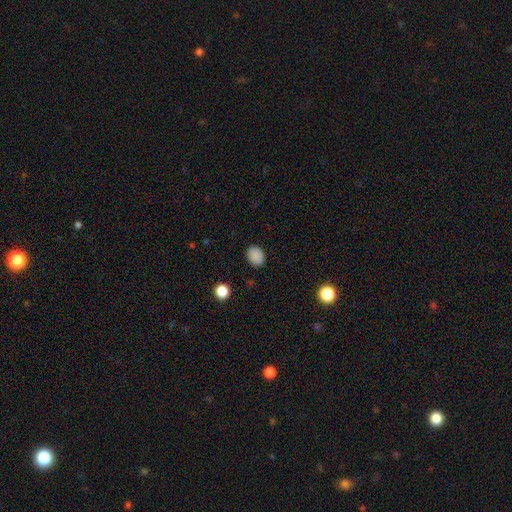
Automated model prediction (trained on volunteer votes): Smooth or featured? Predicted: smooth (p=0.87). How rounded? Predicted: in between (p=0.59). Merging? Predicted: none (p=0.86).